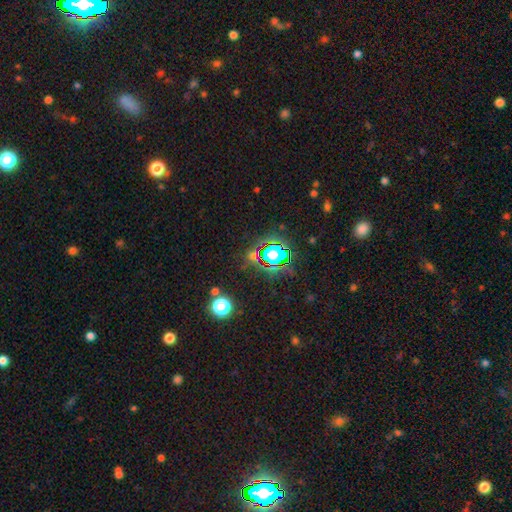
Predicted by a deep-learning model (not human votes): Smooth or featured?
  - star or artifact: 74% *
  - smooth: 17%
  - featured or disk: 9%